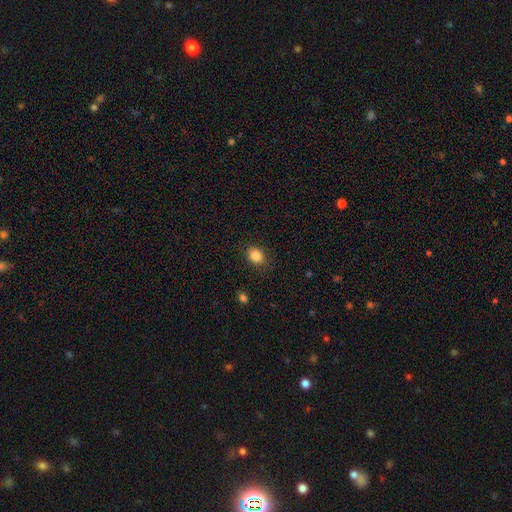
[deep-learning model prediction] smooth_or_featured: smooth (p=0.85) [alt: star or artifact p=0.10]
how_rounded: round (p=0.52) [alt: in between p=0.47]
merging: none (p=0.85) [alt: minor disturbance p=0.11]